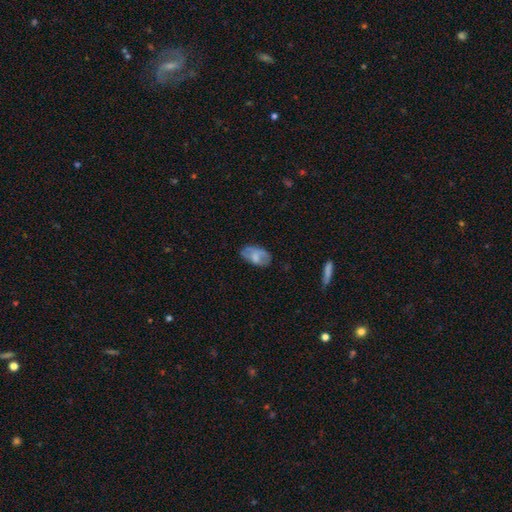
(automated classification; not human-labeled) Smooth or featured? Predicted: smooth (p=0.64). How rounded? Predicted: in between (p=0.92). Merging? Predicted: none (p=0.62).